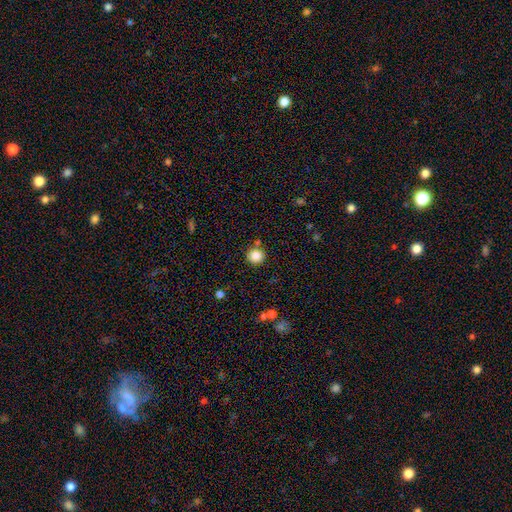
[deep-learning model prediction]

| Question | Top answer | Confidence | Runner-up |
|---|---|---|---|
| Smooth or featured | smooth | 86% | star or artifact (10%) |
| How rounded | round | 91% | in between (8%) |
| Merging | none | 81% | minor disturbance (8%) |